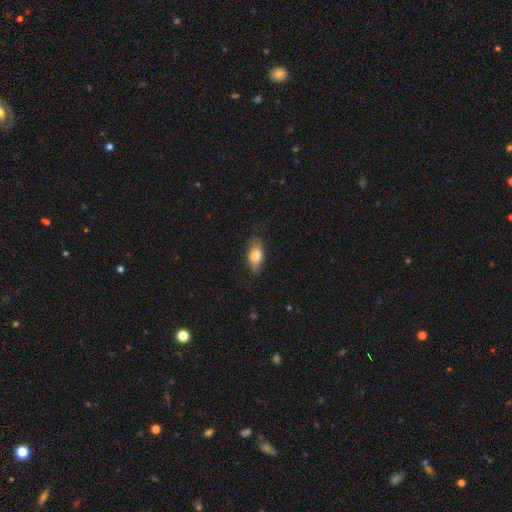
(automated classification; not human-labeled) A smooth galaxy with no disk features (78%) that is in between round and cigar-shaped (88%).

Vote fractions:
- Smooth or featured? smooth: 78% / featured or disk: 15% / star or artifact: 7%
- How rounded? in between: 88% / cigar-shaped: 6% / round: 5%
- Merging? none: 78% / minor disturbance: 17% / major disturbance: 4% / merger: 1%